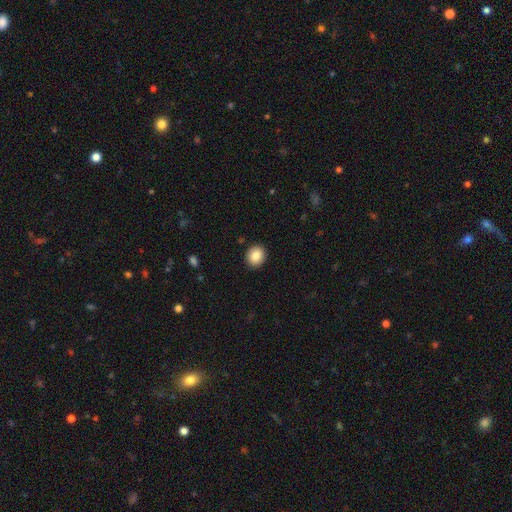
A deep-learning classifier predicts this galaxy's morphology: Smooth or featured?
  - smooth: 85% *
  - star or artifact: 9%
  - featured or disk: 6%
How rounded?
  - round: 73% *
  - in between: 26%
  - cigar-shaped: 1%
Merging?
  - none: 91% *
  - minor disturbance: 6%
  - major disturbance: 2%
  - merger: 1%